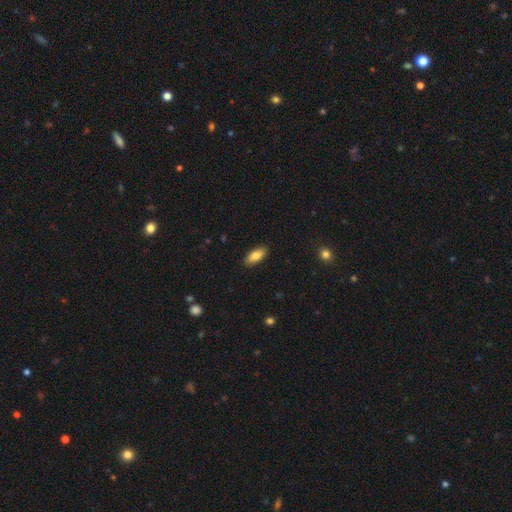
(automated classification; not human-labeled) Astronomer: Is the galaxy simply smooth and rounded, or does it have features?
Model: smooth — 83%.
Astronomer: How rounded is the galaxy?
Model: in between — 85%.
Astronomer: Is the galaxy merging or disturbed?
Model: none — 89%.